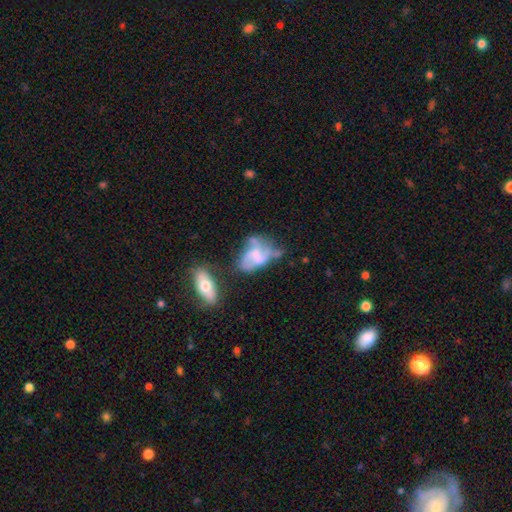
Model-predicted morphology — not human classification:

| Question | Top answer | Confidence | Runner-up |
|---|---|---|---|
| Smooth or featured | featured or disk | 65% | smooth (27%) |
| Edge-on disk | no | 96% | yes (4%) |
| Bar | no | 56% | weak (35%) |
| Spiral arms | yes | 73% | no (27%) |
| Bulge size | none | 44% | small (25%) |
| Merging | none | 32% | major disturbance (27%) |